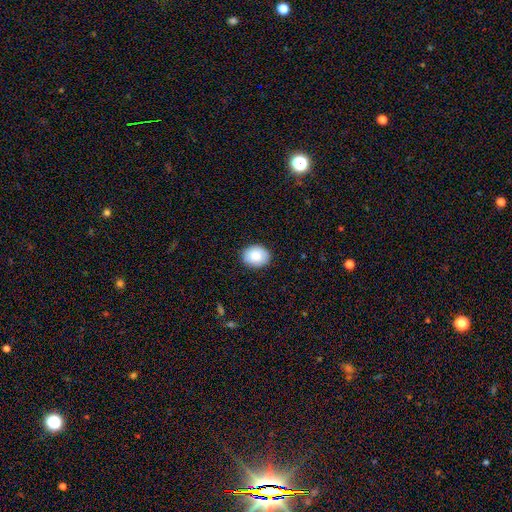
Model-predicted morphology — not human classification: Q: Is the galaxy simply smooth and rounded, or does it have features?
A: smooth — 86%.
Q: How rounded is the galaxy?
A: in between — 54%.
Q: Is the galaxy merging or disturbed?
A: none — 88%.